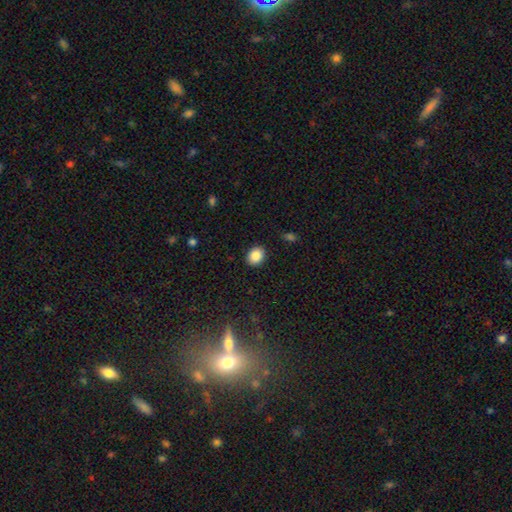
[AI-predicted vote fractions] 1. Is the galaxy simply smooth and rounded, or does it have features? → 87% smooth, 9% star or artifact, 5% featured or disk.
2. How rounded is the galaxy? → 52% in between, 47% round, 1% cigar-shaped.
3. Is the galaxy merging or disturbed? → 90% none, 7% minor disturbance, 2% major disturbance, 1% merger.